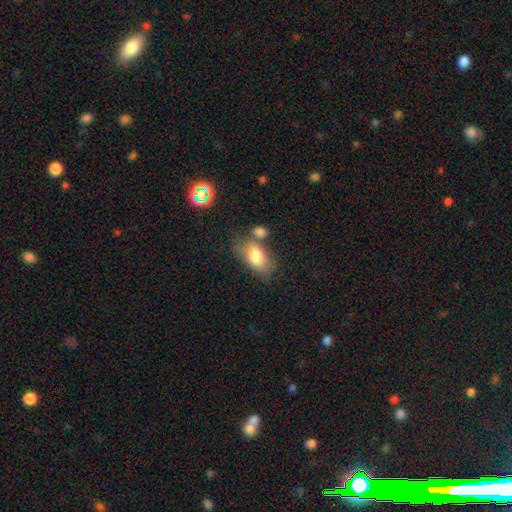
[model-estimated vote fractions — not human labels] Morphology: type=smooth (78%); roundness=in between (90%); merging=none (51%).